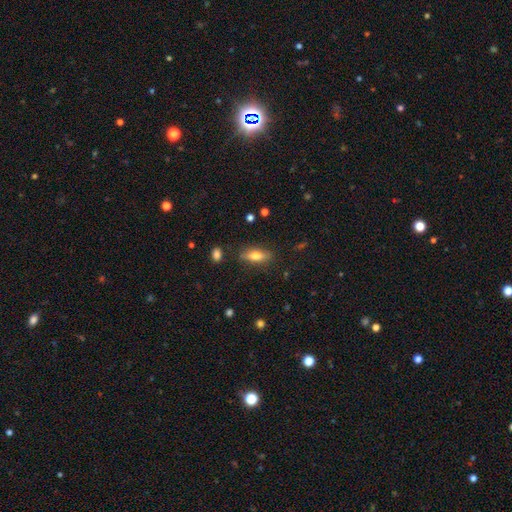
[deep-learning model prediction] The model was most divided on "how rounded": in between: 73%, cigar-shaped: 24%, round: 3%. More confident: merging — none (82%); smooth or featured — smooth (72%).